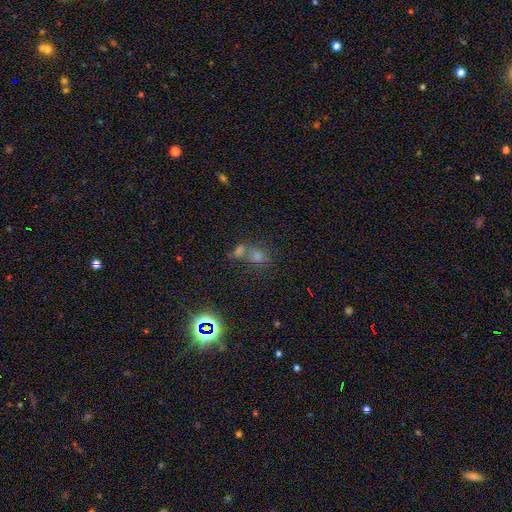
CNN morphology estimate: A smooth galaxy with no disk features (52%) that is round (65%).

Vote fractions:
- Smooth or featured? smooth: 52% / star or artifact: 36% / featured or disk: 12%
- How rounded? round: 65% / in between: 33% / cigar-shaped: 2%
- Merging? merger: 50% / none: 38% / minor disturbance: 7% / major disturbance: 4%